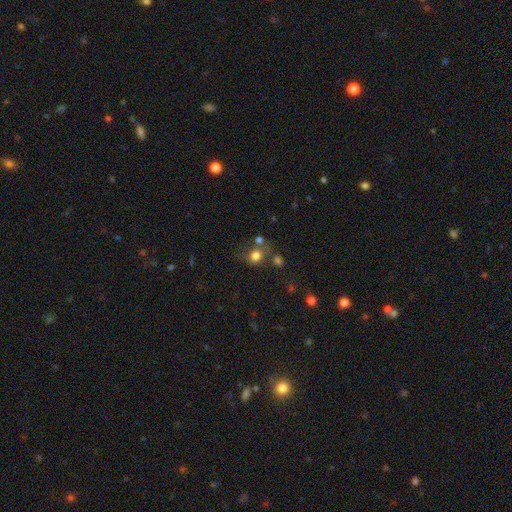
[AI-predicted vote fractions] Smooth or featured: smooth — 76% (star or artifact — 14%)
How rounded: round — 77% (in between — 22%)
Merging: none — 58% (merger — 19%)